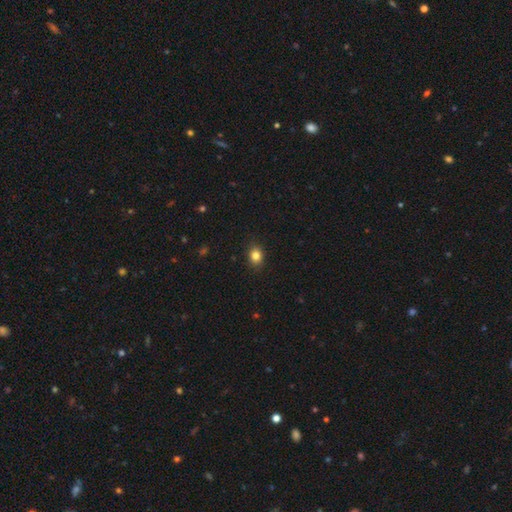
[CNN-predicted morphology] smooth 84%, star or artifact 11%, featured or disk 6%. Down the decision tree: how rounded — round (50%); merging — none (88%).